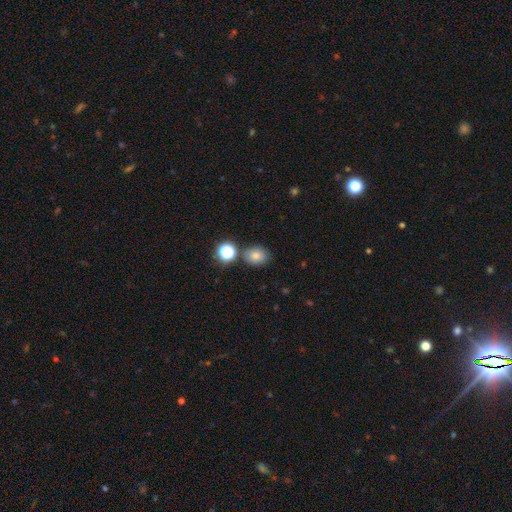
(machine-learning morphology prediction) type=smooth (76%); roundness=round (57%); merging=none (77%).